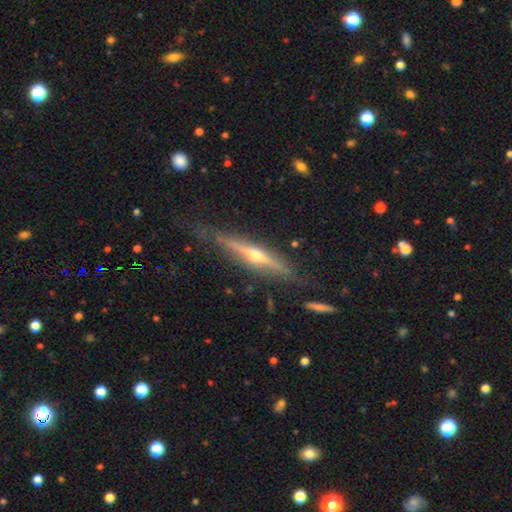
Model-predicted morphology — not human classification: type=featured or disk (78%); edge-on=yes (95%); edge-on bulge=rounded (88%); merging=none (77%).